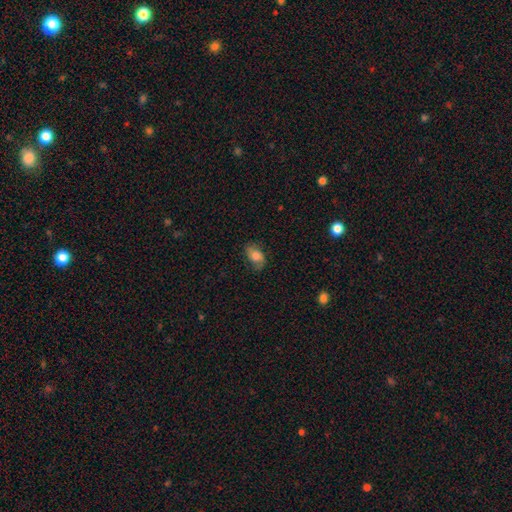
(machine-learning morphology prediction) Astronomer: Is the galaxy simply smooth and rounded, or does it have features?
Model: smooth — 59%.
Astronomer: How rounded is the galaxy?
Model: in between — 83%.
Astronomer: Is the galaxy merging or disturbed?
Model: none — 69%.